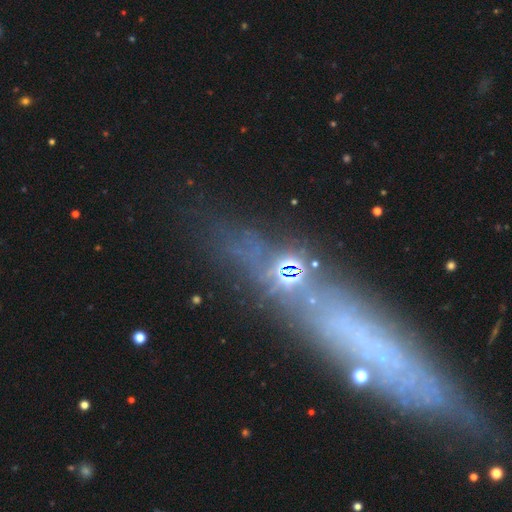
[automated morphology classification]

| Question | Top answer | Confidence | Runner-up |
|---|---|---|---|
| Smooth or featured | featured or disk | 48% | smooth (27%) |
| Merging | none | 78% | minor disturbance (12%) |